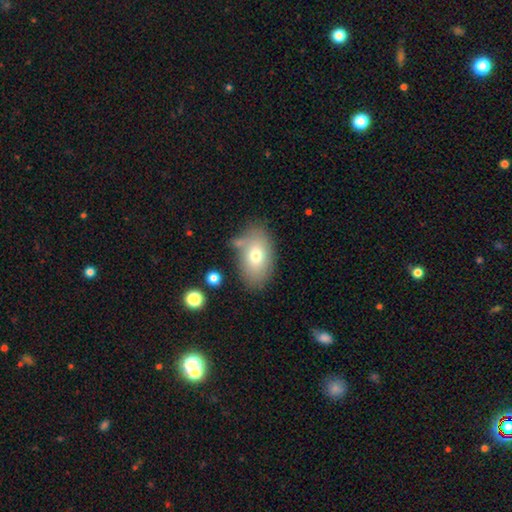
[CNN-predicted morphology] The model was most divided on "merging": none: 66%, minor disturbance: 19%, merger: 8%, major disturbance: 7%. More confident: how rounded — in between (88%); smooth or featured — smooth (71%).